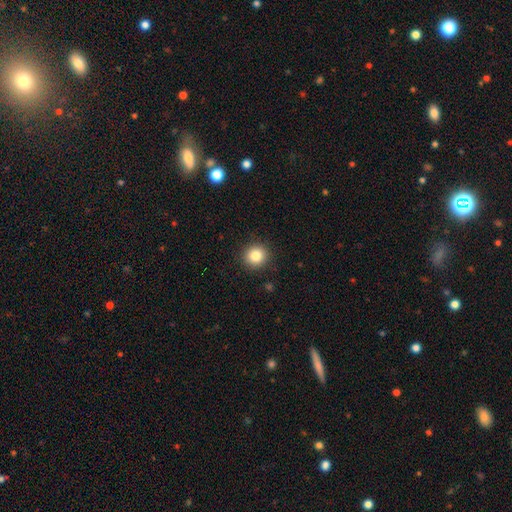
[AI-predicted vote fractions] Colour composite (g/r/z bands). It shows a smooth galaxy with no disk features (84%) that is round (92%). Merging: none (91%).